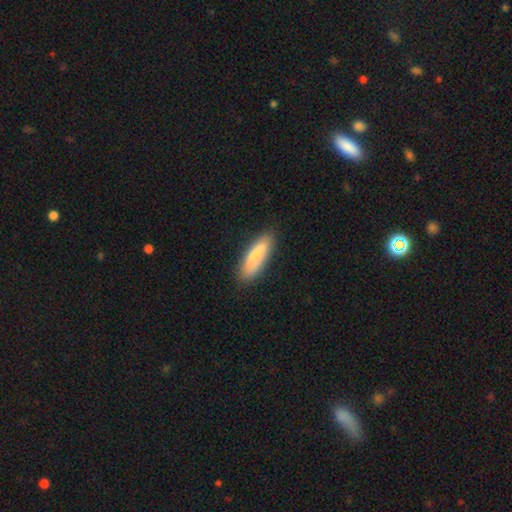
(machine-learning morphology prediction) Smooth or featured?
  - smooth: 79% *
  - featured or disk: 15%
  - star or artifact: 6%
How rounded?
  - cigar-shaped: 56% *
  - in between: 42%
  - round: 2%
Merging?
  - none: 84% *
  - minor disturbance: 12%
  - major disturbance: 3%
  - merger: 2%